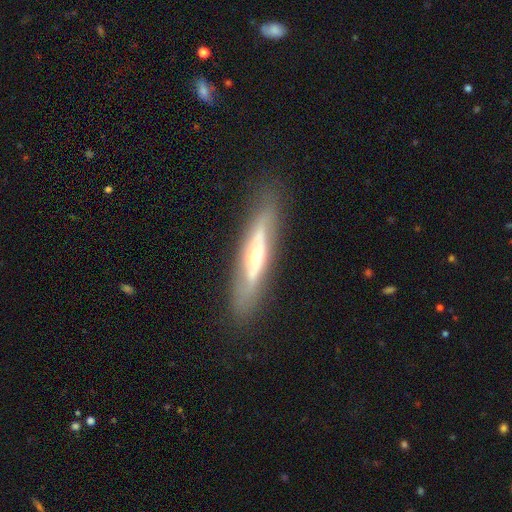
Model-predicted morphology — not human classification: Q: Smooth or featured?
A: featured or disk (68%); runner-up: smooth (25%)
Q: Edge-on disk?
A: yes (67%); runner-up: no (33%)
Q: Merging?
A: none (83%); runner-up: minor disturbance (12%)